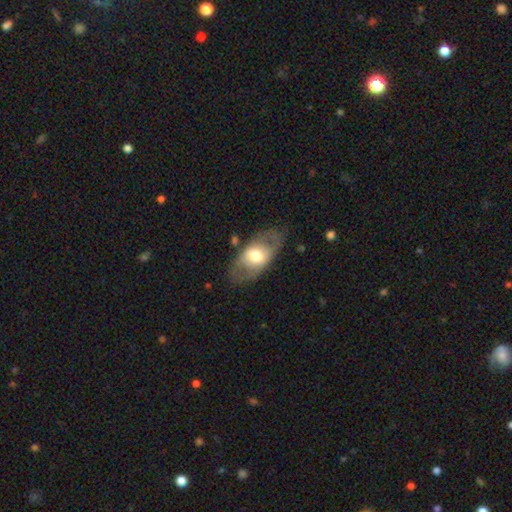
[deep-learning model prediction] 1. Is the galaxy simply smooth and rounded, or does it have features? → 49% smooth, 45% featured or disk, 6% star or artifact.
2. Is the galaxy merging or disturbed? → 73% none, 17% minor disturbance, 8% major disturbance, 2% merger.